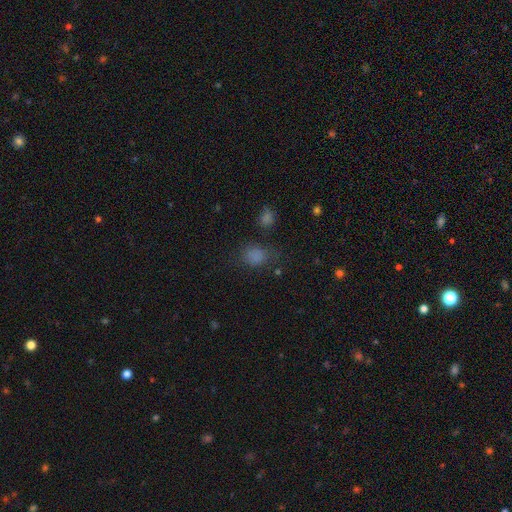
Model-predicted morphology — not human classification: smooth_or_featured: smooth (p=0.78) [alt: star or artifact p=0.17]
how_rounded: in between (p=0.50) [alt: round p=0.48]
merging: none (p=0.62) [alt: minor disturbance p=0.21]